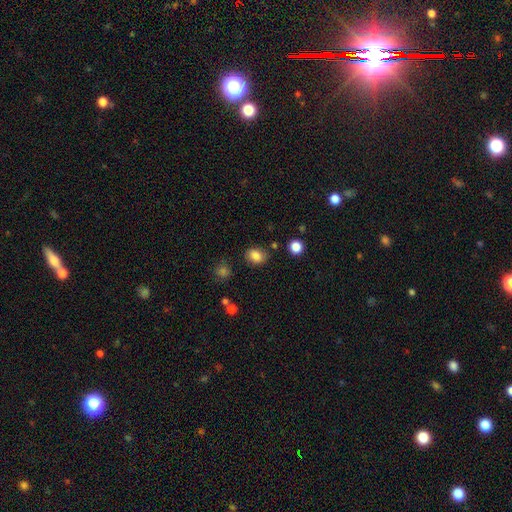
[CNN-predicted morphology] Smooth or featured?
  - smooth: 84% *
  - star or artifact: 10%
  - featured or disk: 6%
How rounded?
  - in between: 58% *
  - round: 41%
  - cigar-shaped: 1%
Merging?
  - none: 81% *
  - minor disturbance: 13%
  - major disturbance: 3%
  - merger: 3%